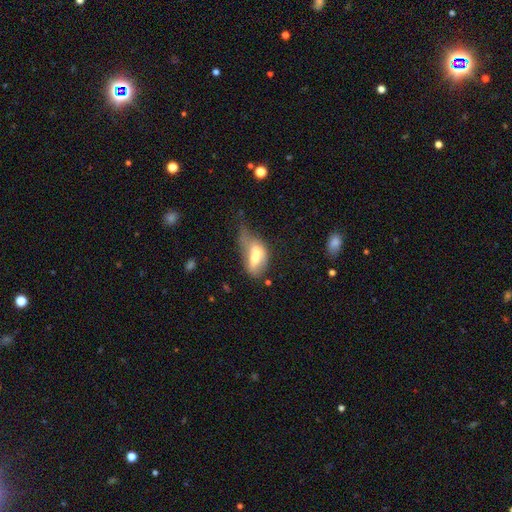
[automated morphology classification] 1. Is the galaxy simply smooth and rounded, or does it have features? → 56% smooth, 36% featured or disk, 8% star or artifact.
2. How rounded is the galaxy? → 81% in between, 13% round, 6% cigar-shaped.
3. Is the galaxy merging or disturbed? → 56% merger, 18% major disturbance, 13% none, 13% minor disturbance.